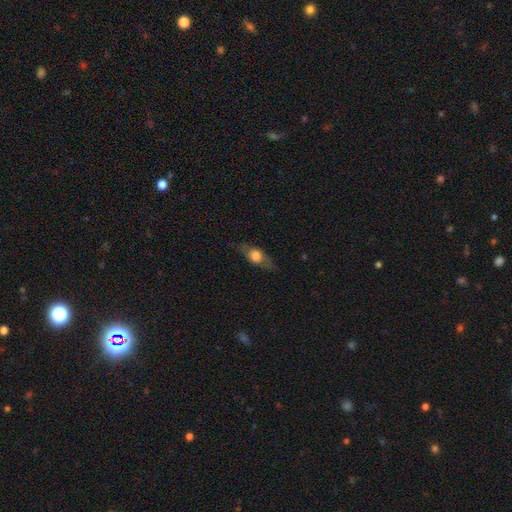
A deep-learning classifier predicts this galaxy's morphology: smooth_or_featured: smooth (p=0.50) [alt: featured or disk p=0.42]
how_rounded: in between (p=0.58) [alt: cigar-shaped p=0.22]
merging: none (p=0.76) [alt: minor disturbance p=0.17]